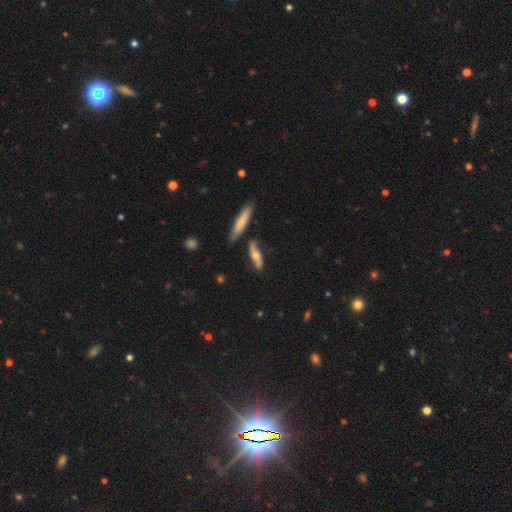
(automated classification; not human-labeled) Smooth or featured? smooth (48%)
Merging? none (73%)